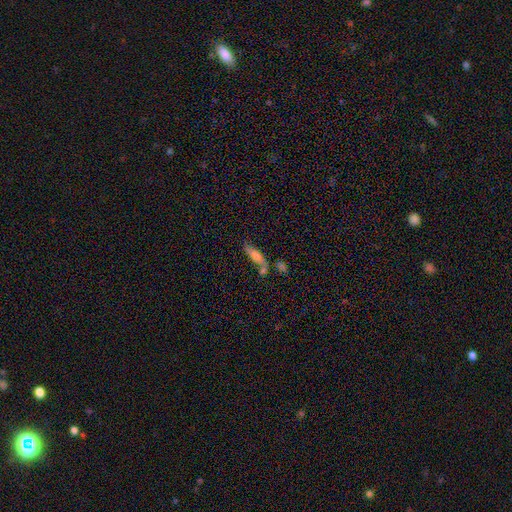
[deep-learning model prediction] smooth-or-featured: smooth: 58% | featured or disk: 33% | star or artifact: 9%
  how-rounded: cigar-shaped: 58% | in between: 39% | round: 3%
  merging: none: 48% | merger: 28% | minor disturbance: 16% | major disturbance: 7%